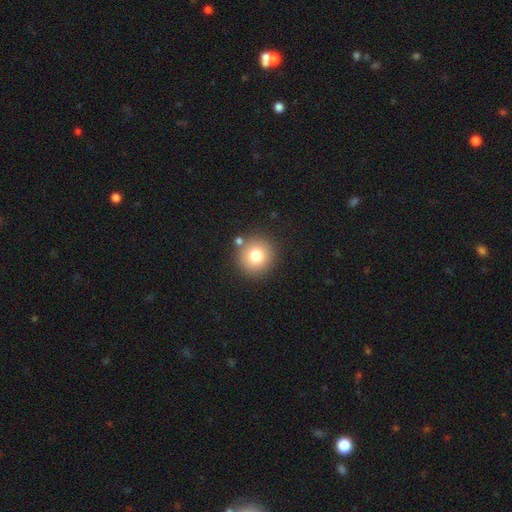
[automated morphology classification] smooth-or-featured: smooth: 77% | star or artifact: 12% | featured or disk: 11%
  how-rounded: round: 94% | in between: 5% | cigar-shaped: 1%
  merging: none: 83% | minor disturbance: 8% | merger: 6% | major disturbance: 3%